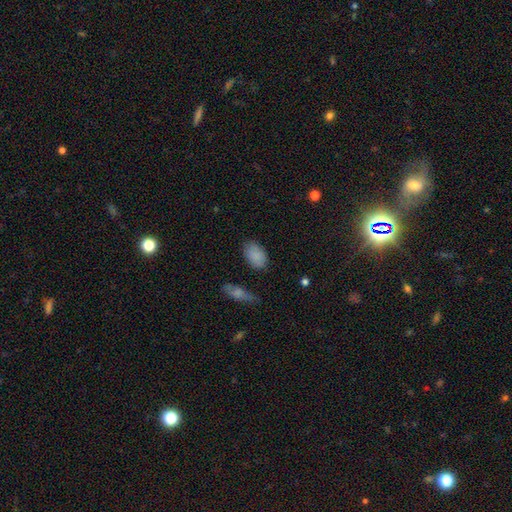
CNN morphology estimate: The model was most divided on "merging": none: 79%, minor disturbance: 15%, major disturbance: 3%, merger: 3%. More confident: how rounded — in between (89%); smooth or featured — smooth (87%).